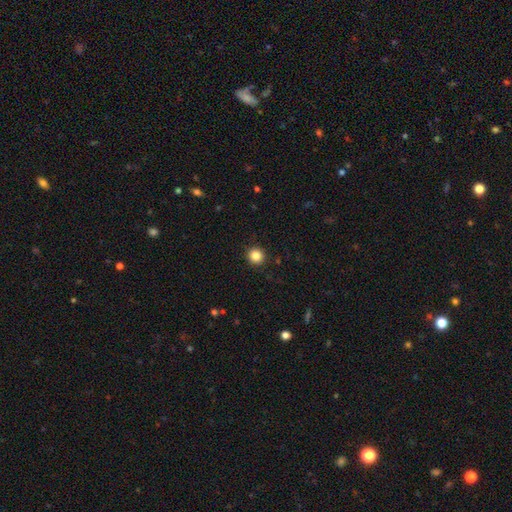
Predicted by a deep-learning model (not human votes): This is clearly a smooth galaxy (85%). How rounded: clearly round (94%). Merging: clearly none (93%).